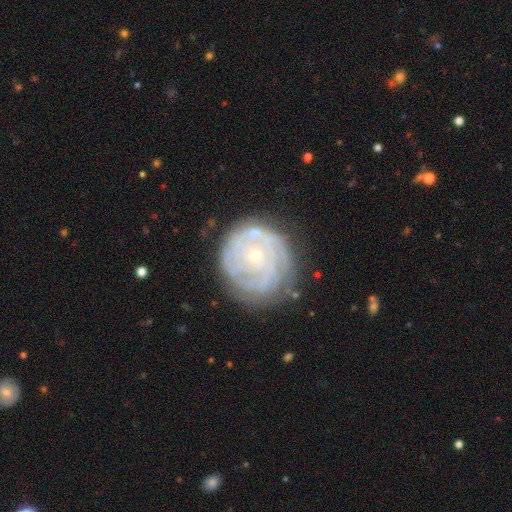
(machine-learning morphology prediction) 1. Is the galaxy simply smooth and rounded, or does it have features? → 79% featured or disk, 14% smooth, 7% star or artifact.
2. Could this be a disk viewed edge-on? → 98% no, 2% yes.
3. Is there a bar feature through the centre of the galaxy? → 83% no, 14% weak, 3% strong.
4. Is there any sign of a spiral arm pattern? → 88% yes, 12% no.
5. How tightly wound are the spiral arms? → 78% tight, 17% medium, 5% loose.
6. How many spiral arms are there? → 42% can't tell, 18% 3, 15% 2, 13% 4, 6% more than 4, 6% 1.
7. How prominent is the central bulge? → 81% small, 15% moderate, 2% none, 1% large, 1% dominant.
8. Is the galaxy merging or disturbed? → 67% none, 21% minor disturbance, 9% major disturbance, 3% merger.